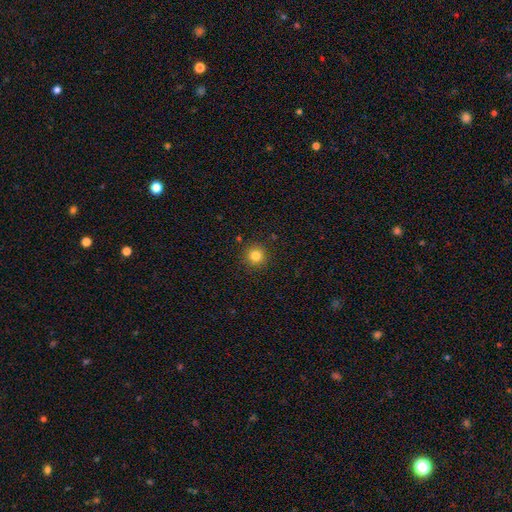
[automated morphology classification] smooth_or_featured: smooth (p=0.83) [alt: star or artifact p=0.12]
how_rounded: round (p=0.94) [alt: in between p=0.05]
merging: none (p=0.90) [alt: minor disturbance p=0.07]